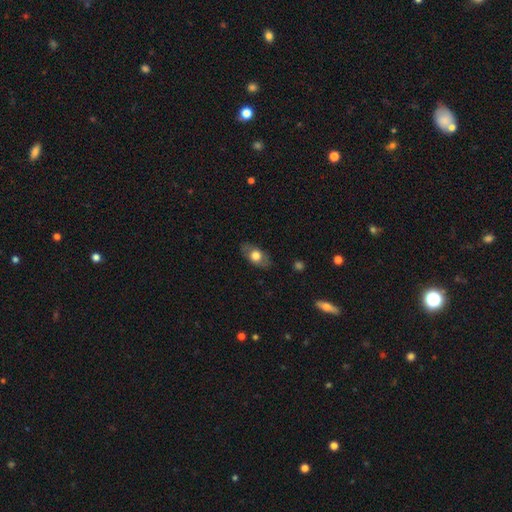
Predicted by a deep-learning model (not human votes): This is likely a smooth galaxy (64%). How rounded: clearly in between (84%). Merging: clearly none (81%).